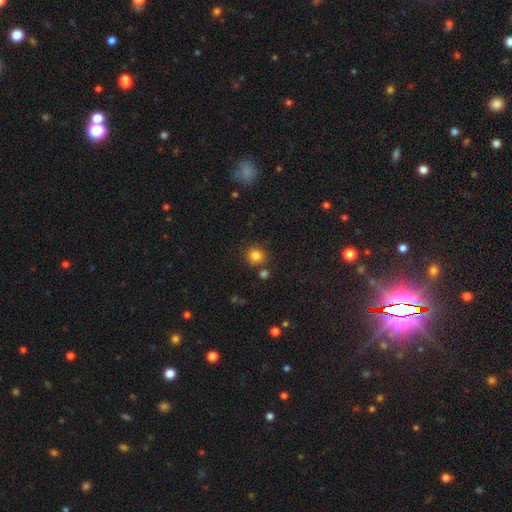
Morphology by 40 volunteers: Volunteers were most divided on "smooth or featured": smooth: 75%, featured or disk: 12%, star or artifact: 12%. More confident: how rounded — round (93%); merging — none (91%).